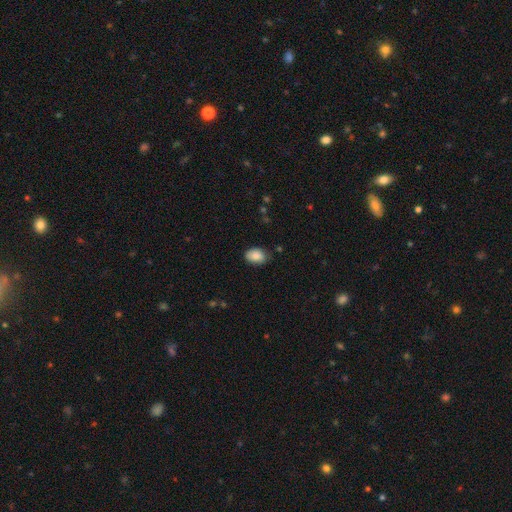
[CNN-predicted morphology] smooth 87%, star or artifact 7%, featured or disk 5%. Down the decision tree: how rounded — in between (83%); merging — none (80%).